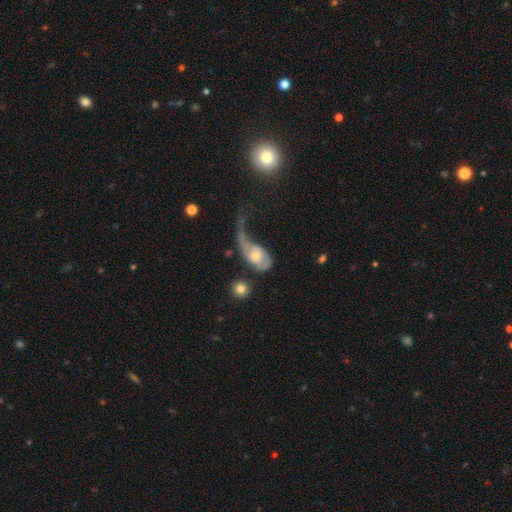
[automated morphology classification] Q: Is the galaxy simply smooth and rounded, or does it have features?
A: featured or disk — 57%.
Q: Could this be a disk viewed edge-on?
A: no — 93%.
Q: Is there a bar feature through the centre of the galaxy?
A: no — 77%.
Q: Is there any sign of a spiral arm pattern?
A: yes — 65%.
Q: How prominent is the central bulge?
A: moderate — 54%.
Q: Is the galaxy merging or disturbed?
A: major disturbance — 62%.